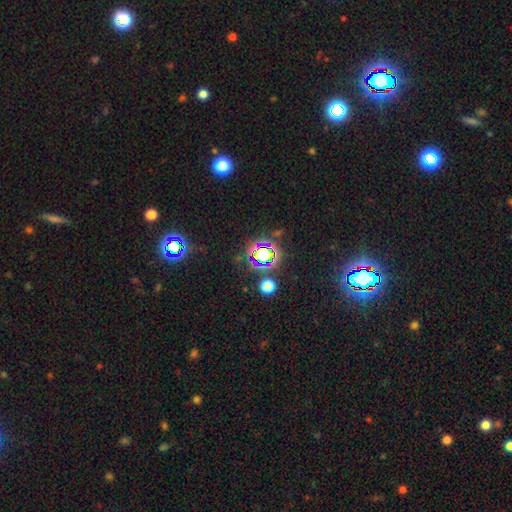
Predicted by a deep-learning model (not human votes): Smooth or featured?
  - star or artifact: 67% *
  - smooth: 22%
  - featured or disk: 11%